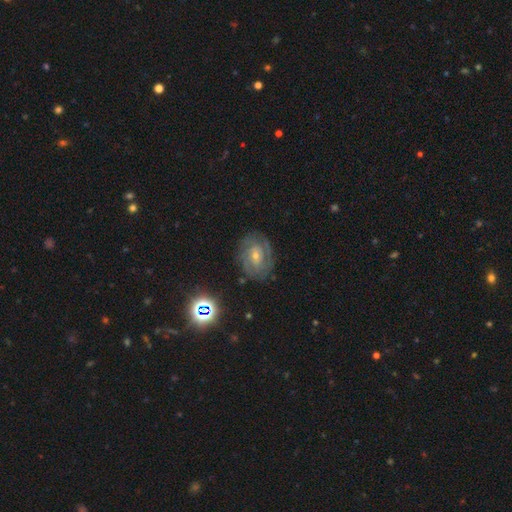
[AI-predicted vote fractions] This is likely a featured or disk galaxy (74%). It is clearly not viewed edge-on (97%). Bar: possibly no (48%). Spiral arm pattern: clearly yes (90%). Spiral arm count: marginally 2 (37%, tied with can't tell). Spiral winding: likely tight (66%). Central bulge: likely small (66%). Merging: likely none (78%).